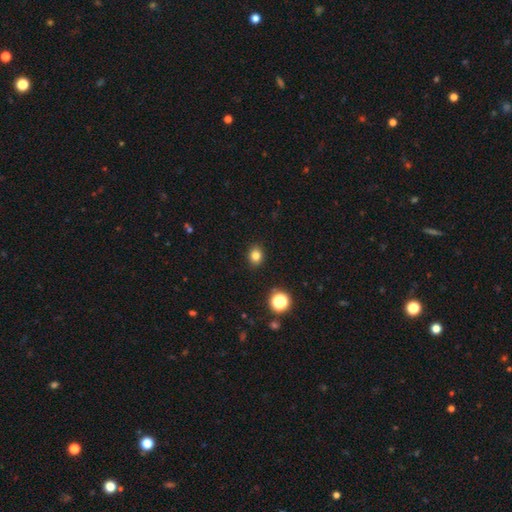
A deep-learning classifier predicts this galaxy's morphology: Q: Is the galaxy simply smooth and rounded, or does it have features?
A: smooth — 81%.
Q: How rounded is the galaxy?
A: round — 61%.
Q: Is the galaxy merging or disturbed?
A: none — 89%.